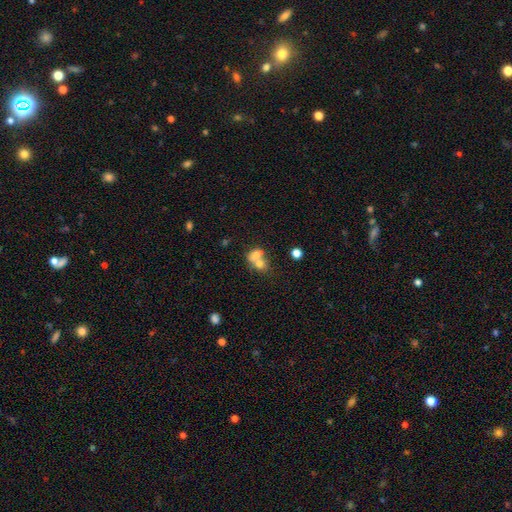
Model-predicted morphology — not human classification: This is likely a smooth galaxy (69%). How rounded: possibly in between (55%). Merging: likely merger (69%).